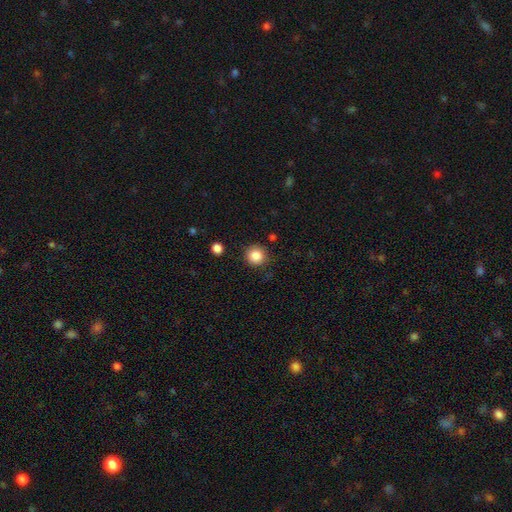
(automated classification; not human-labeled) A smooth galaxy with no disk features (86%) that is round (93%).

Vote fractions:
- Smooth or featured? smooth: 86% / star or artifact: 10% / featured or disk: 4%
- How rounded? round: 93% / in between: 6% / cigar-shaped: 1%
- Merging? none: 87% / minor disturbance: 8% / major disturbance: 3% / merger: 2%